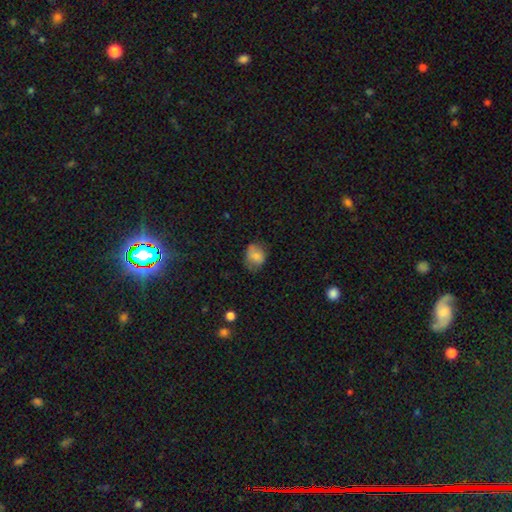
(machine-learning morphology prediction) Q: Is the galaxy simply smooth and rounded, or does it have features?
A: smooth — 77%.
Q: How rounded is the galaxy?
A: in between — 52%.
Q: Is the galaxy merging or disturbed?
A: none — 57%.